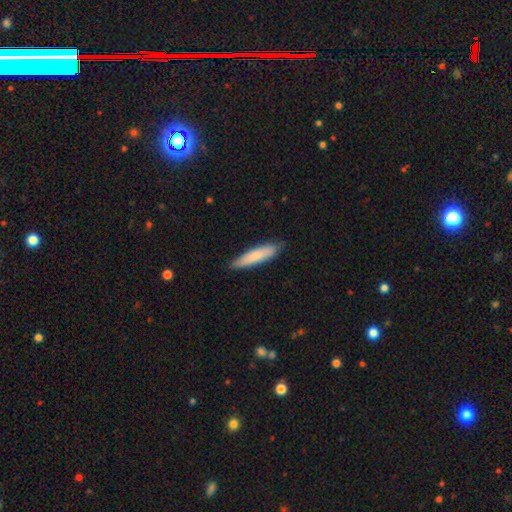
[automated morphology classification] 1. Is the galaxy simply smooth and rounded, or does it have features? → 78% smooth, 17% featured or disk, 5% star or artifact.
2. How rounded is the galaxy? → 76% cigar-shaped, 23% in between, 1% round.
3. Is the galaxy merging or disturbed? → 81% none, 16% minor disturbance, 2% major disturbance, 1% merger.